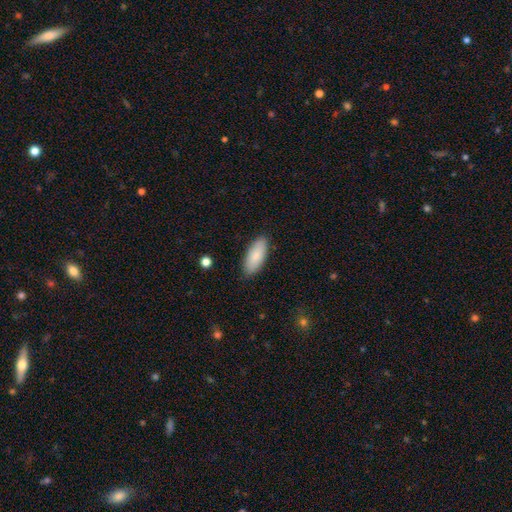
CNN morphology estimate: A smooth galaxy with no disk features (86%) that is in between round and cigar-shaped (83%).

Vote fractions:
- Smooth or featured? smooth: 86% / featured or disk: 8% / star or artifact: 6%
- How rounded? in between: 83% / cigar-shaped: 15% / round: 2%
- Merging? none: 85% / minor disturbance: 12% / major disturbance: 2% / merger: 1%